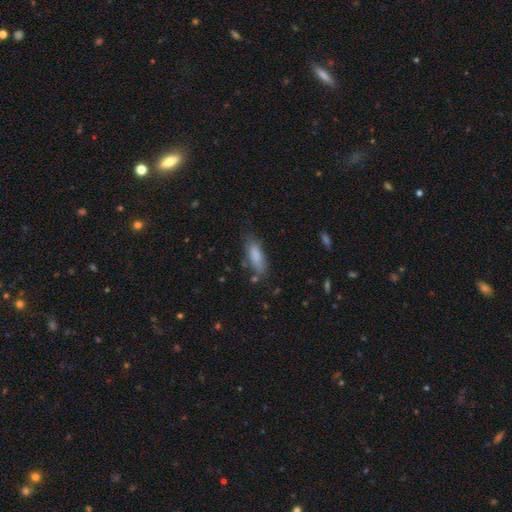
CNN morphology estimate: The model was most divided on "how rounded": in between: 64%, cigar-shaped: 34%, round: 2%. More confident: smooth or featured — smooth (83%); merging — none (69%).